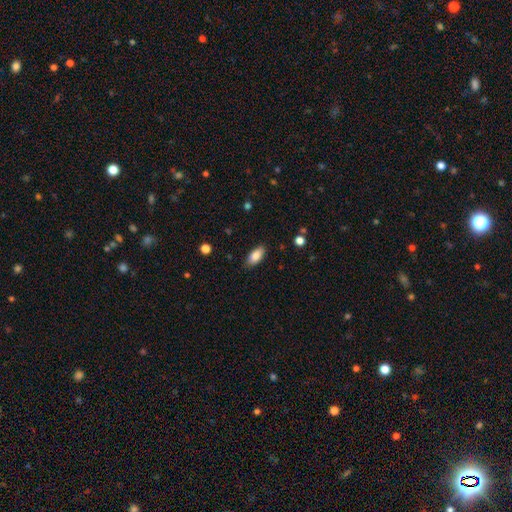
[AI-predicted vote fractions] Smooth or featured?
  - smooth: 86% *
  - star or artifact: 7%
  - featured or disk: 7%
How rounded?
  - in between: 89% *
  - cigar-shaped: 9%
  - round: 2%
Merging?
  - none: 86% *
  - minor disturbance: 11%
  - major disturbance: 2%
  - merger: 1%